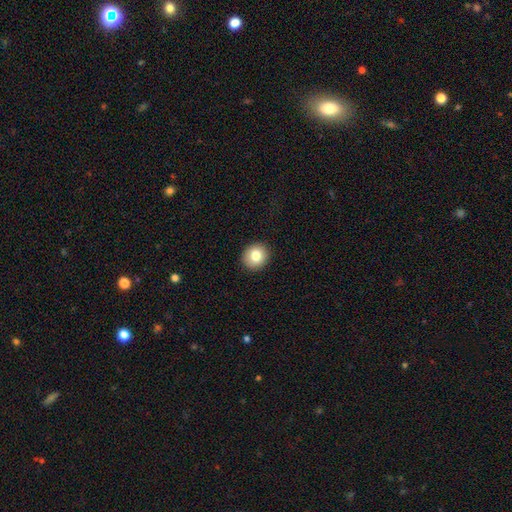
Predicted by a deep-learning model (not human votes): Q: Smooth or featured?
A: smooth (81%); runner-up: featured or disk (10%)
Q: How rounded?
A: round (85%); runner-up: in between (14%)
Q: Merging?
A: none (92%); runner-up: minor disturbance (5%)